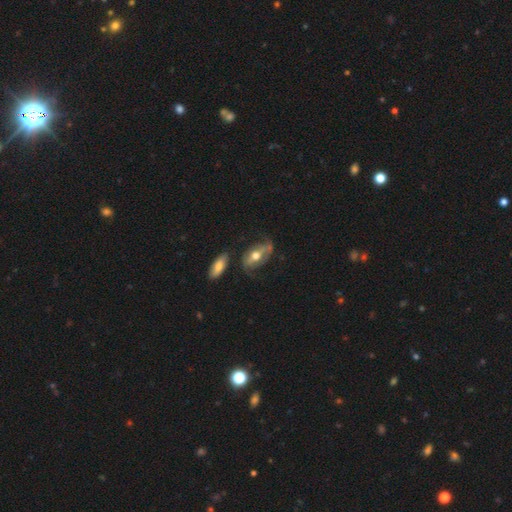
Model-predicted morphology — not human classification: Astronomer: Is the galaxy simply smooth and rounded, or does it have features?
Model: featured or disk — 58% (runner-up: smooth, 35%).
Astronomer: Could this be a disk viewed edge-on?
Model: no — 77%.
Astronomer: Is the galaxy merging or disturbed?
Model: none — 47% (runner-up: minor disturbance, 28%).